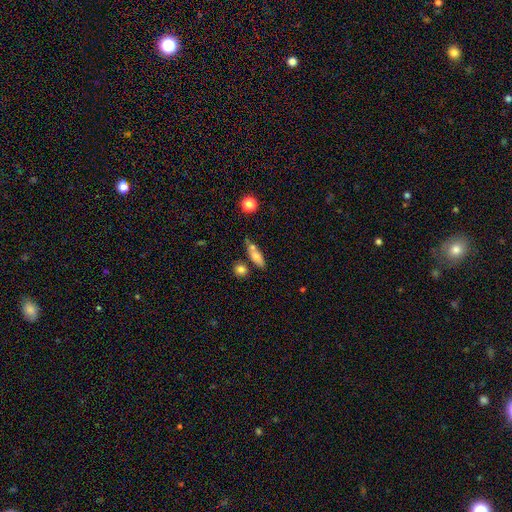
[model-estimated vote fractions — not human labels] This appears to be a smooth galaxy with no disk features (70%) that is in between round and cigar-shaped (60%). Merging: none (57%).